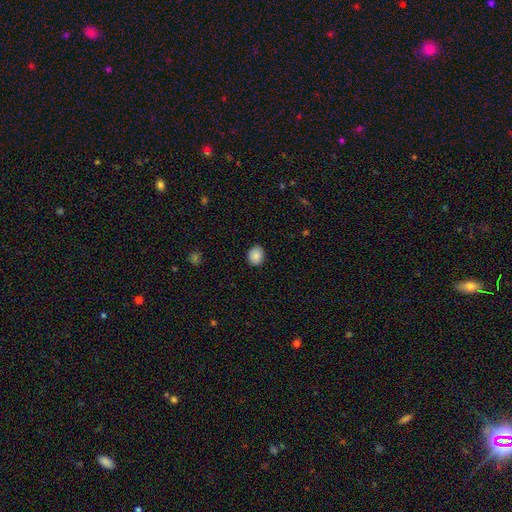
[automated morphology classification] smooth 88%, star or artifact 9%, featured or disk 4%. Down the decision tree: how rounded — round (65%); merging — none (89%).